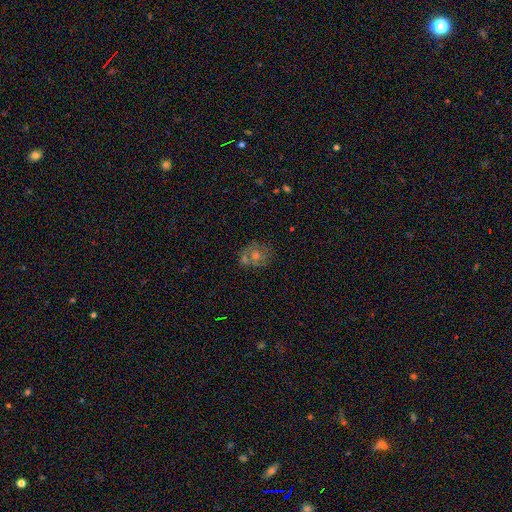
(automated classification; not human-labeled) Q: Smooth or featured?
A: smooth (43%); runner-up: featured or disk (37%)
Q: Merging?
A: none (60%); runner-up: merger (17%)